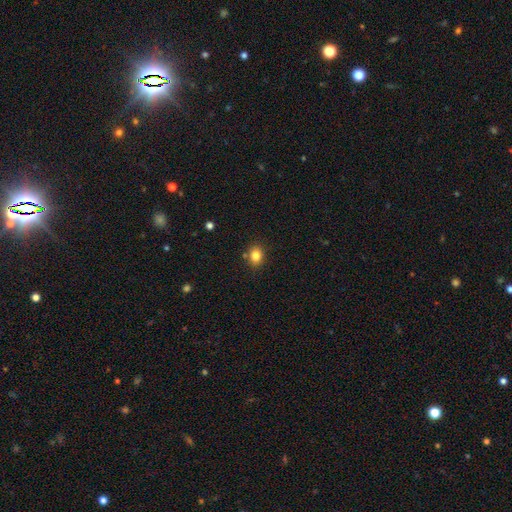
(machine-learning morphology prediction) Q: Smooth or featured?
A: smooth (83%); runner-up: star or artifact (11%)
Q: How rounded?
A: round (51%); runner-up: in between (48%)
Q: Merging?
A: none (81%); runner-up: minor disturbance (11%)